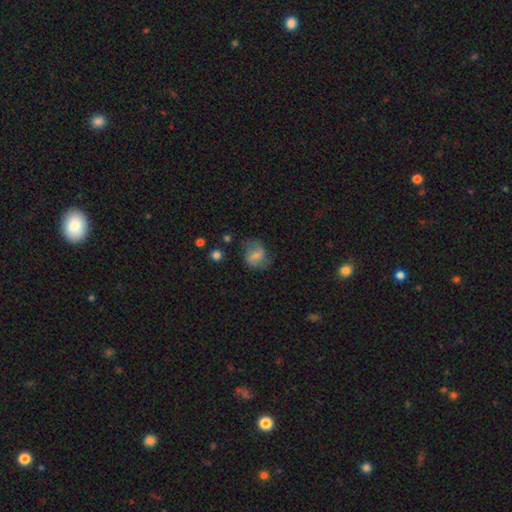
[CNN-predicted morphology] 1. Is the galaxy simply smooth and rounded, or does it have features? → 56% smooth, 35% featured or disk, 9% star or artifact.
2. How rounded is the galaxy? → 53% round, 45% in between, 2% cigar-shaped.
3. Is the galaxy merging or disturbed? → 65% none, 23% minor disturbance, 11% major disturbance, 2% merger.